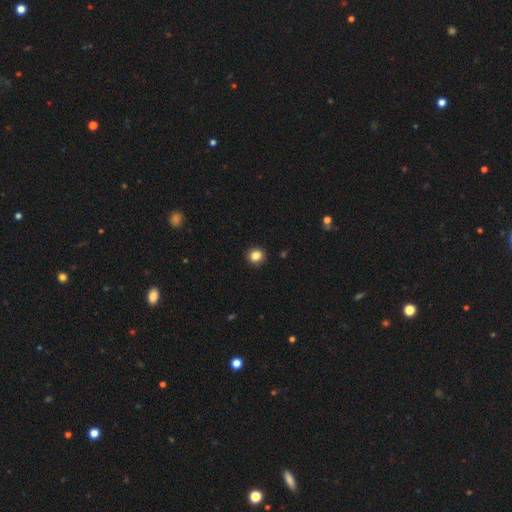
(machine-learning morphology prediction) smooth 85%, star or artifact 11%, featured or disk 5%. Down the decision tree: how rounded — round (87%); merging — none (92%).